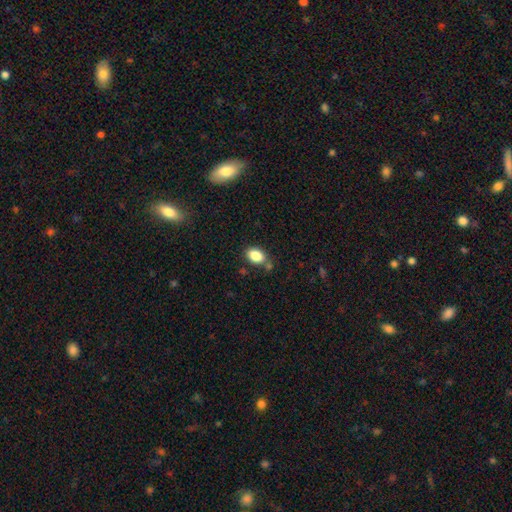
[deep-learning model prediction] This appears to be a smooth galaxy with no disk features (85%) that is in between round and cigar-shaped (80%). Merging: none (72%).